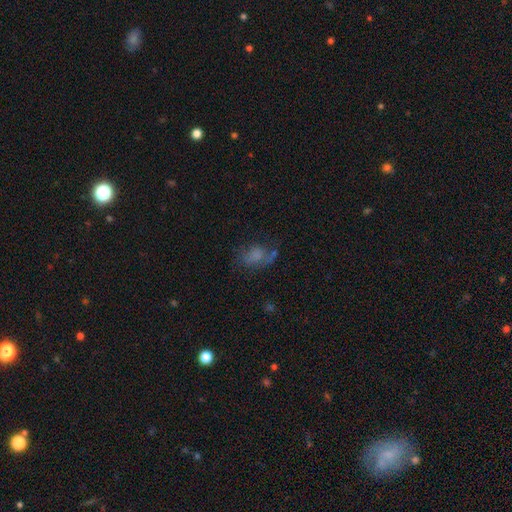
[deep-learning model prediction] A smooth galaxy with no disk features (55%) that is in between round and cigar-shaped (74%). Merging: none (39%).